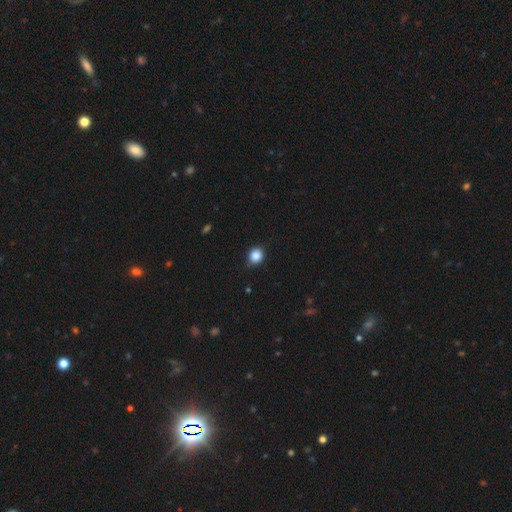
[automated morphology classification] This is clearly a smooth galaxy (86%). How rounded: likely round (75%). Merging: likely none (77%).